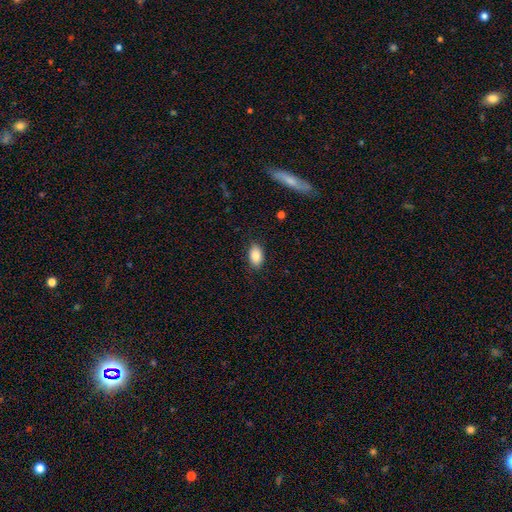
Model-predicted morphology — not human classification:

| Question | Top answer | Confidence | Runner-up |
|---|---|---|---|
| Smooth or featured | smooth | 87% | star or artifact (7%) |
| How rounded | in between | 91% | round (8%) |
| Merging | none | 85% | minor disturbance (11%) |